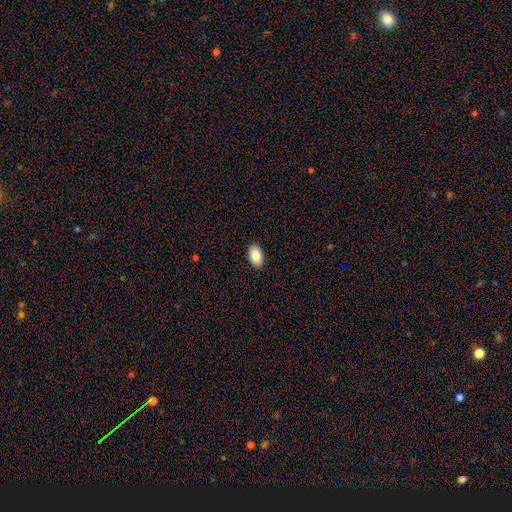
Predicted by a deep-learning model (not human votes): This is clearly a smooth galaxy (86%). How rounded: clearly in between (94%). Merging: clearly none (91%).